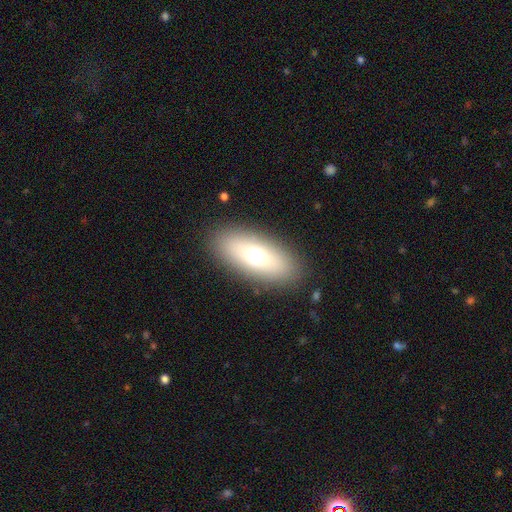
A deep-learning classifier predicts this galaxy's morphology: smooth_or_featured: smooth (p=0.67) [alt: featured or disk p=0.24]
how_rounded: in between (p=0.79) [alt: cigar-shaped p=0.17]
merging: none (p=0.88) [alt: minor disturbance p=0.08]